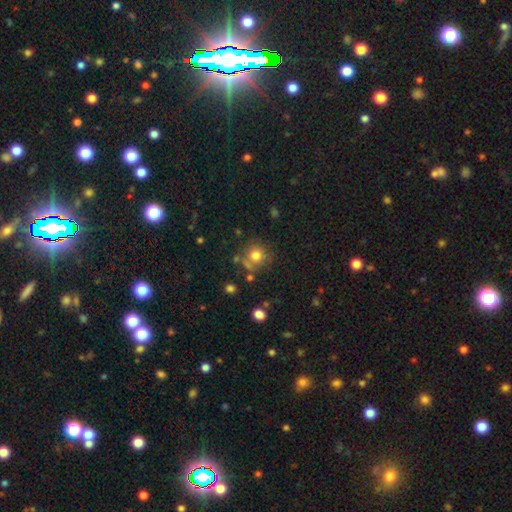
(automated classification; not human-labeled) Smooth or featured: smooth — 76% (star or artifact — 13%)
How rounded: round — 89% (in between — 10%)
Merging: none — 69% (minor disturbance — 14%)